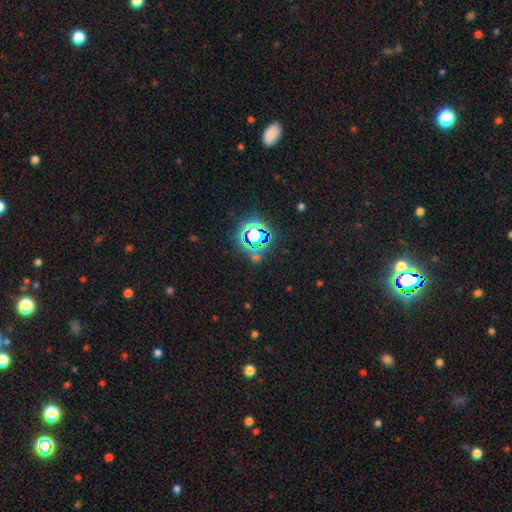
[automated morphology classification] smooth_or_featured: star or artifact (p=0.77) [alt: smooth p=0.15]